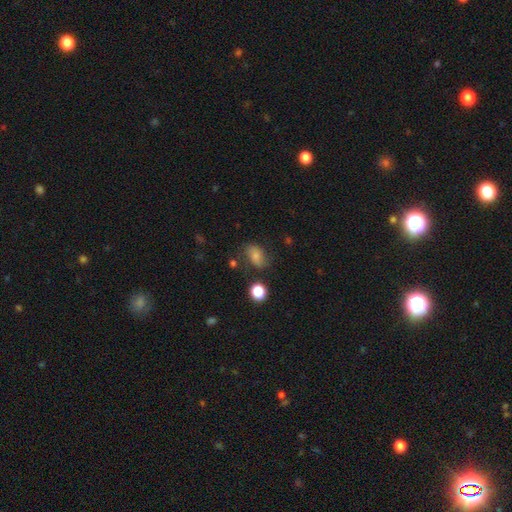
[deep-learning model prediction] A smooth galaxy with no disk features (54%) that is in between round and cigar-shaped (74%). Merging: none (71%).